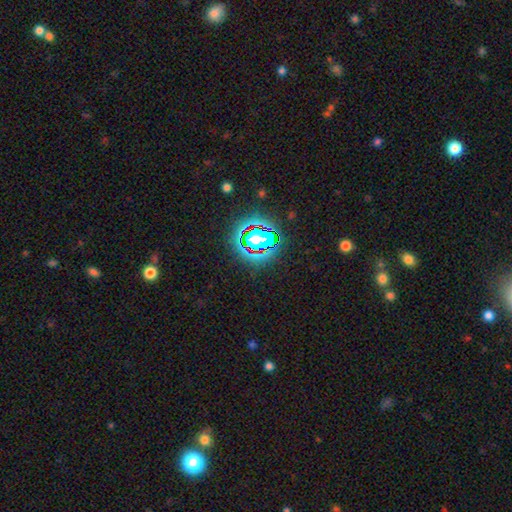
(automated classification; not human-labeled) Smooth or featured: star or artifact — 81% (smooth — 11%)